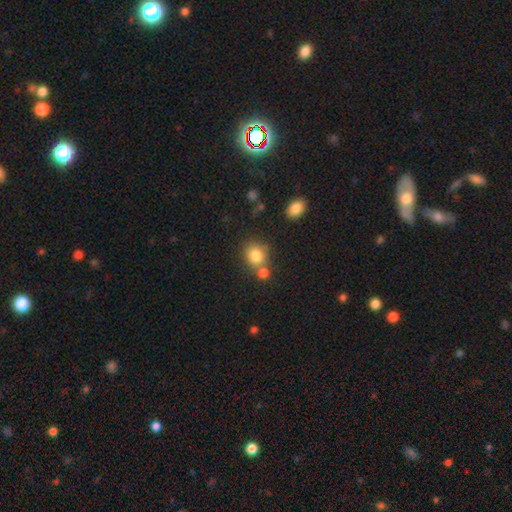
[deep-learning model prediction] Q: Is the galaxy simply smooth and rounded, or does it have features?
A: smooth — 82%.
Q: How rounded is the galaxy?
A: round — 75%.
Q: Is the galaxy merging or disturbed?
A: none — 60%.